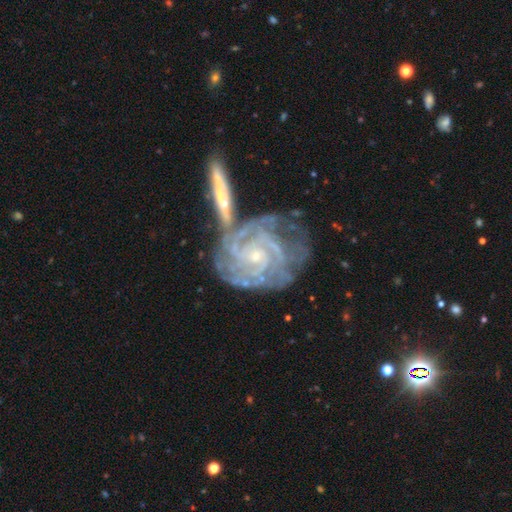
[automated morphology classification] type=featured or disk (89%); edge-on=no (96%); bar=no (67%); spiral arms=yes (97%); winding=tight (76%); arm count=can't tell (29%); bulge=small (79%); merging=none (42%).